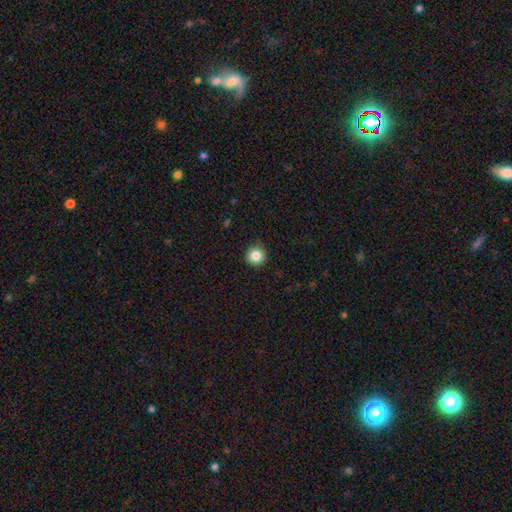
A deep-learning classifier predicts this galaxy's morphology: A smooth galaxy with no disk features (84%) that is round (96%).

Vote fractions:
- Smooth or featured? smooth: 84% / star or artifact: 10% / featured or disk: 6%
- How rounded? round: 96% / in between: 4% / cigar-shaped: 1%
- Merging? none: 90% / minor disturbance: 7% / major disturbance: 2% / merger: 1%